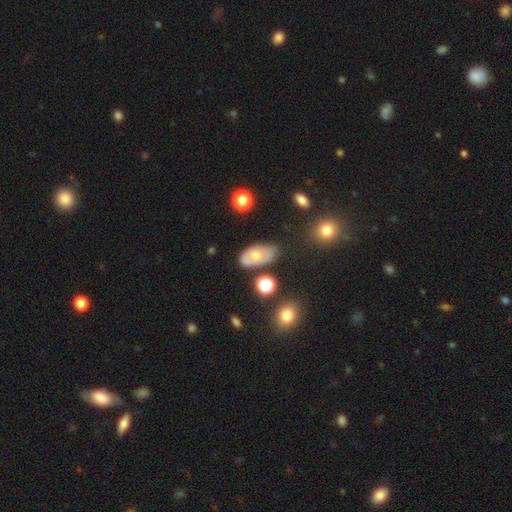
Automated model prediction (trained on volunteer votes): Smooth or featured? smooth (47%)
Merging? none (70%)